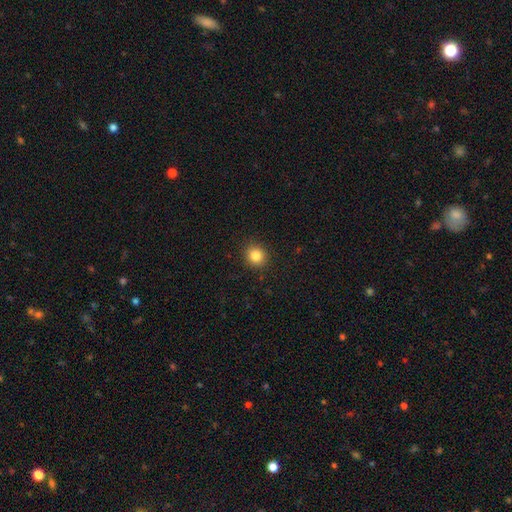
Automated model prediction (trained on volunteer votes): Overall: smooth (83%). How rounded: round (87%). Merging: none (91%).